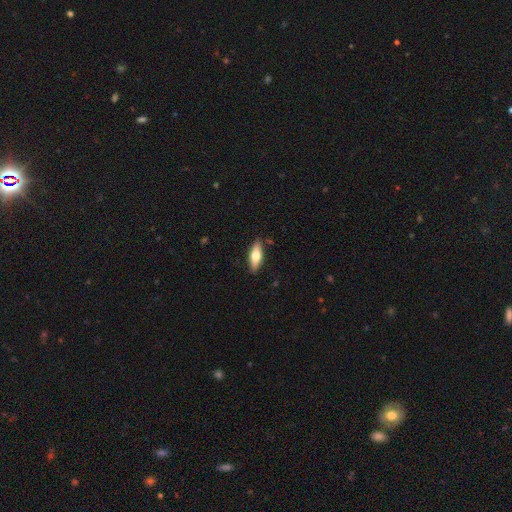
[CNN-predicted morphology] Smooth or featured?
  - smooth: 62% *
  - featured or disk: 32%
  - star or artifact: 6%
How rounded?
  - in between: 62% *
  - cigar-shaped: 35%
  - round: 2%
Merging?
  - none: 87% *
  - minor disturbance: 10%
  - major disturbance: 2%
  - merger: 1%